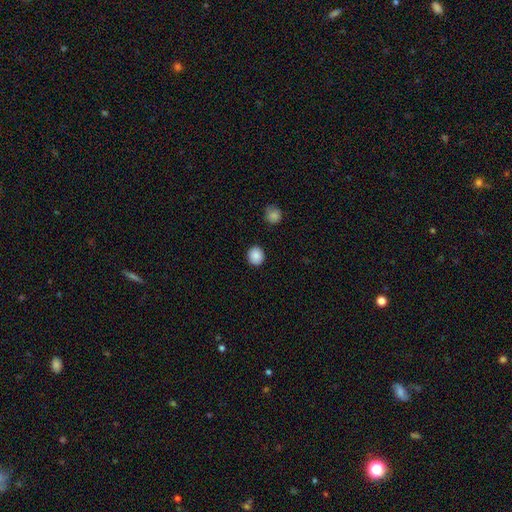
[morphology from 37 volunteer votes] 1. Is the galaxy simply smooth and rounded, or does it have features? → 97% smooth, 3% star or artifact, 0% featured or disk.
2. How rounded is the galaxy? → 89% round, 11% in between, 0% cigar-shaped.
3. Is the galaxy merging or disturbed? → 97% none, 3% minor disturbance, 0% major disturbance, 0% merger.